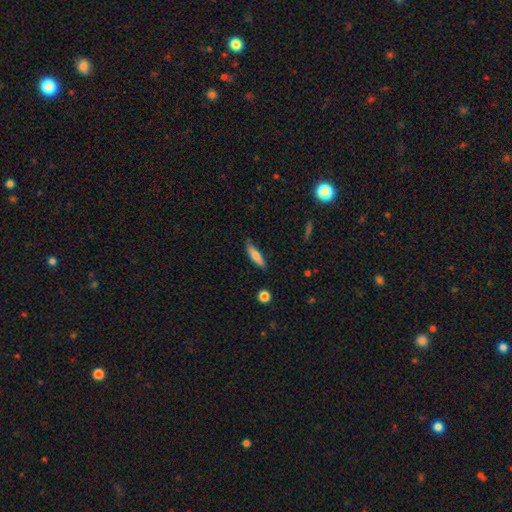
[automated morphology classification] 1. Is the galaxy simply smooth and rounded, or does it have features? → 75% smooth, 19% featured or disk, 6% star or artifact.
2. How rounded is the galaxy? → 71% cigar-shaped, 27% in between, 2% round.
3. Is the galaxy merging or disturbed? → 81% none, 14% minor disturbance, 2% major disturbance, 2% merger.